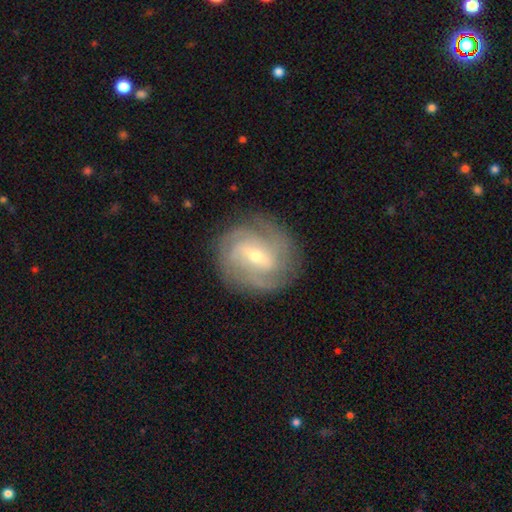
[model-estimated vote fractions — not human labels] The model was most divided on "bulge size": small: 50%, moderate: 46%, large: 2%, none: 1%, dominant: 1%. Remaining: edge-on disk — no (97%); spiral arms — yes (96%); smooth or featured — featured or disk (86%); merging — none (82%); spiral winding — tight (59%); bar — weak (50%); spiral arm count — 3 (34%).